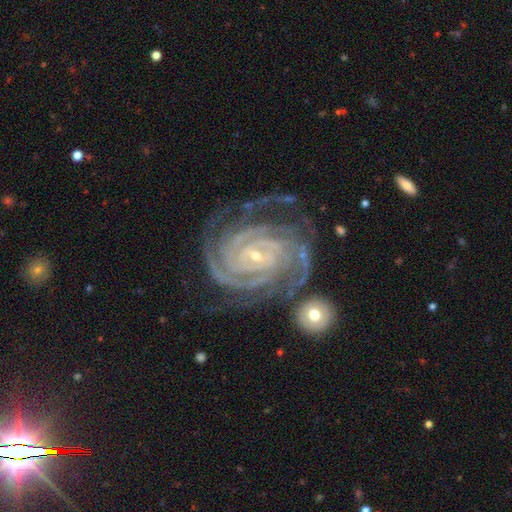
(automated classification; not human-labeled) Q: Smooth or featured?
A: featured or disk (93%); runner-up: star or artifact (5%)
Q: Edge-on disk?
A: no (98%); runner-up: yes (2%)
Q: Bar?
A: no (47%); runner-up: weak (30%)
Q: Spiral arms?
A: yes (99%); runner-up: no (1%)
Q: Spiral winding?
A: tight (85%); runner-up: medium (13%)
Q: Spiral arm count?
A: 3 (26%); tied with: 4 (26%)
Q: Bulge size?
A: small (83%); runner-up: moderate (13%)
Q: Merging?
A: none (65%); runner-up: minor disturbance (18%)